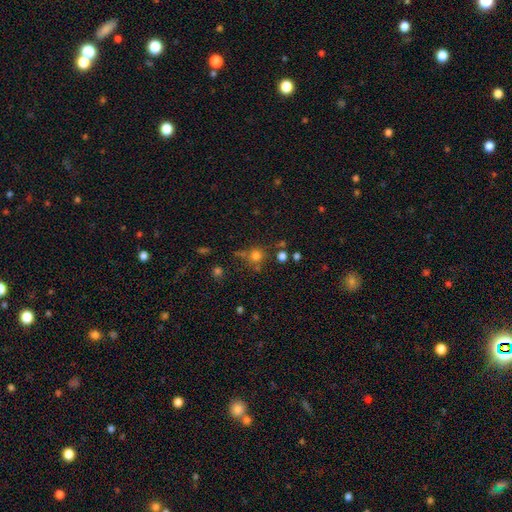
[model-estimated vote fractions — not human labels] The model was most divided on "merging": none: 69%, merger: 15%, minor disturbance: 11%, major disturbance: 5%. More confident: how rounded — round (91%); smooth or featured — smooth (73%).